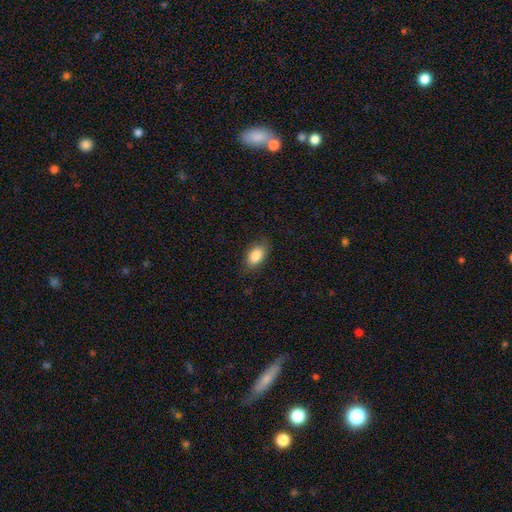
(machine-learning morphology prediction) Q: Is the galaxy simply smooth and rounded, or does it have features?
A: smooth — 85%.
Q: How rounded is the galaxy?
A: in between — 90%.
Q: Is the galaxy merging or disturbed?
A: none — 82%.